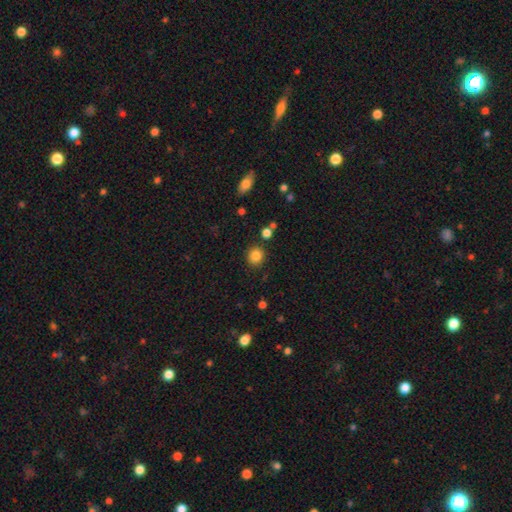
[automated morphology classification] A smooth galaxy with no disk features (84%) that is round (84%). Merging: none (86%).